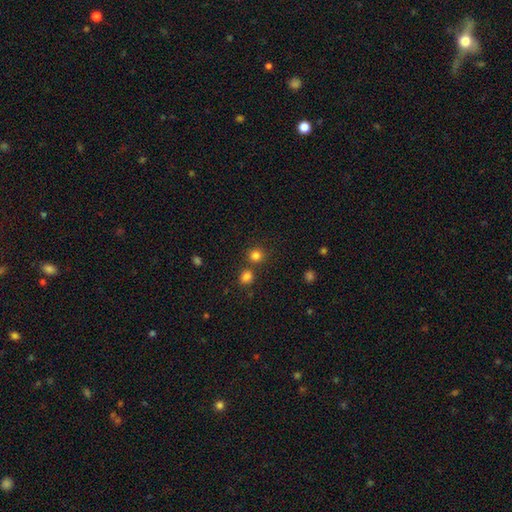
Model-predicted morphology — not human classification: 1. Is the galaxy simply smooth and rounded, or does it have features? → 80% smooth, 15% star or artifact, 5% featured or disk.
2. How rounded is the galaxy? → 90% round, 9% in between, 1% cigar-shaped.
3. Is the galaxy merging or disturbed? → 72% none, 18% merger, 7% minor disturbance, 3% major disturbance.